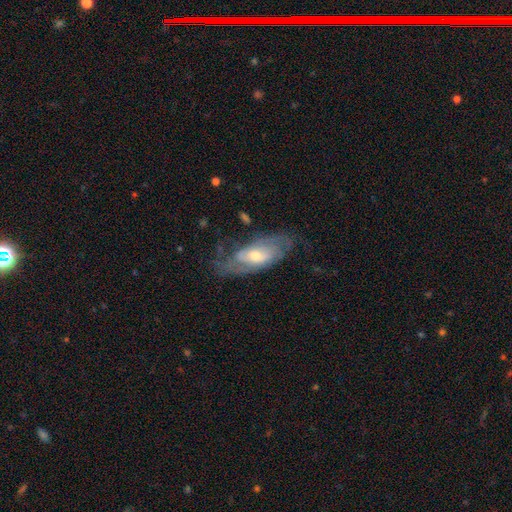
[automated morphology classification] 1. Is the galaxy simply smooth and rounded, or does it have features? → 72% featured or disk, 22% smooth, 6% star or artifact.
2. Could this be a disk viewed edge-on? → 89% no, 11% yes.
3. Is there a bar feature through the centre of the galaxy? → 51% no, 38% weak, 12% strong.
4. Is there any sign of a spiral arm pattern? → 84% yes, 16% no.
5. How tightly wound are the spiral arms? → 40% medium, 39% tight, 20% loose.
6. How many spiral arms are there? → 54% 2, 31% can't tell, 6% 3, 5% 1, 2% 4, 2% more than 4.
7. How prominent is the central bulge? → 52% moderate, 41% small, 5% large, 1% none, 1% dominant.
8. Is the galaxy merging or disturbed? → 60% none, 23% minor disturbance, 16% major disturbance, 2% merger.